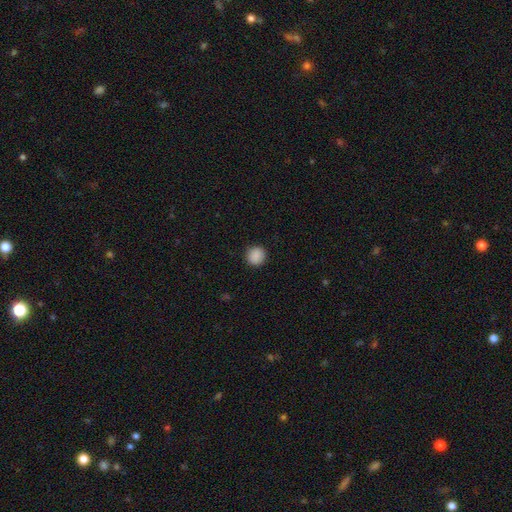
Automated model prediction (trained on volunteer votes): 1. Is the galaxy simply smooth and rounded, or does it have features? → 89% smooth, 8% star or artifact, 3% featured or disk.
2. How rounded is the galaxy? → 93% round, 6% in between, 1% cigar-shaped.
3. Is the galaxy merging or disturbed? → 91% none, 6% minor disturbance, 2% major disturbance, 1% merger.